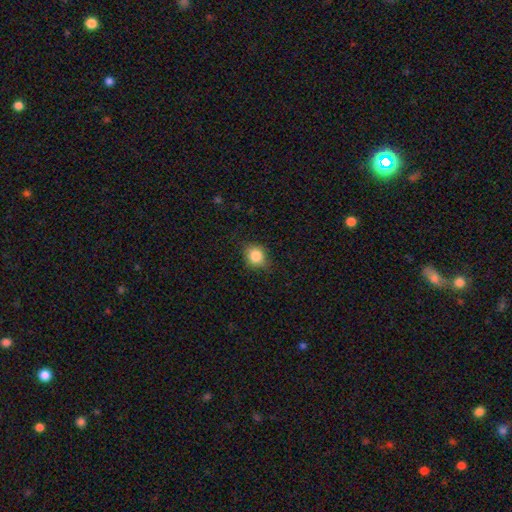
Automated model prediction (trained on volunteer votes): Smooth or featured? smooth (84%)
How rounded? round (67%)
Merging? none (80%)